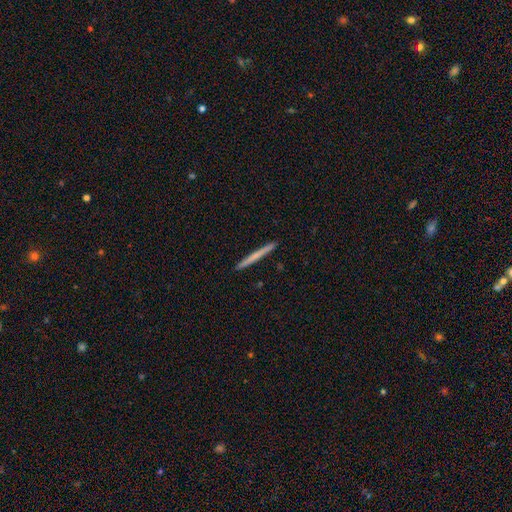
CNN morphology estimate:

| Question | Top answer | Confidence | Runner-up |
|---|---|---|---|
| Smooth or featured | smooth | 58% | featured or disk (37%) |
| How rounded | cigar-shaped | 97% | in between (2%) |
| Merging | none | 93% | minor disturbance (5%) |